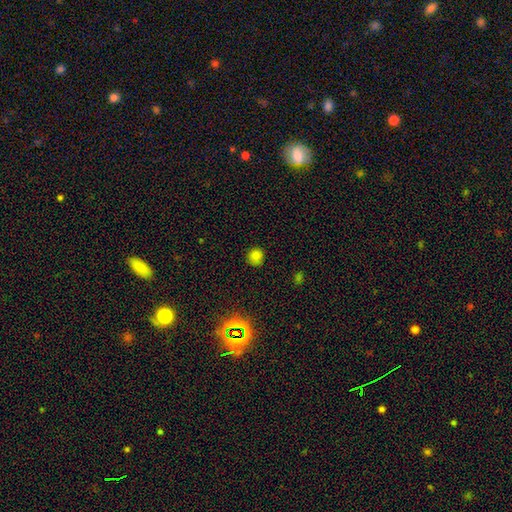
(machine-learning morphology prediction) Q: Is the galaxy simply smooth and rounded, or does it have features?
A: smooth — 78%.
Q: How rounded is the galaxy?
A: round — 91%.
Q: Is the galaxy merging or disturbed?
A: none — 88%.